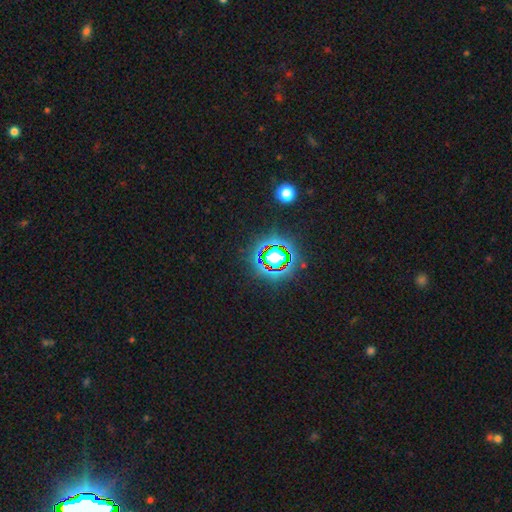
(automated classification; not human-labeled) Morphology: type=star or artifact (82%).